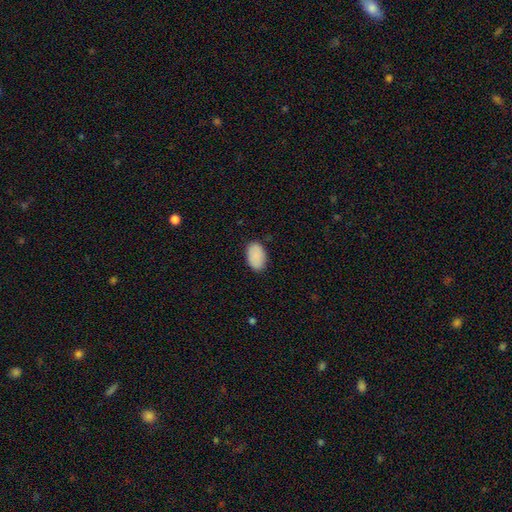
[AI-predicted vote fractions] Morphology: type=smooth (90%); roundness=in between (93%); merging=none (86%).